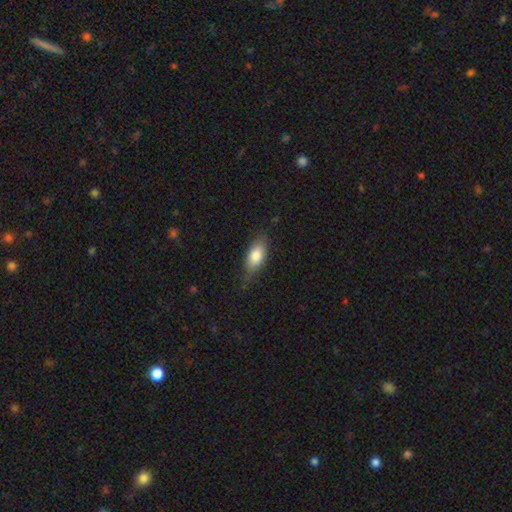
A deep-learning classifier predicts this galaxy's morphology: smooth 79%, featured or disk 15%, star or artifact 7%. Down the decision tree: how rounded — in between (83%); merging — none (69%).